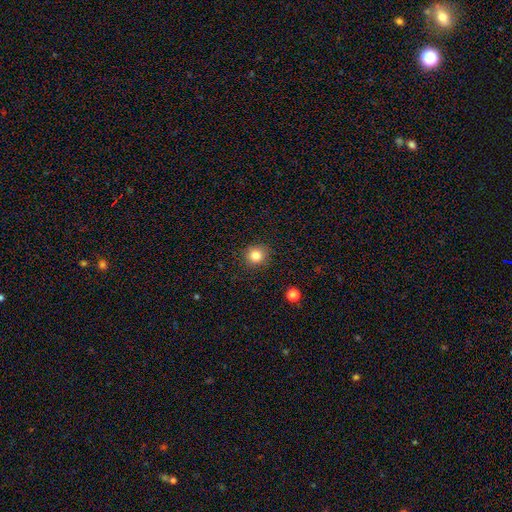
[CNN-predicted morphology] Smooth or featured? smooth (83%)
How rounded? round (91%)
Merging? none (90%)